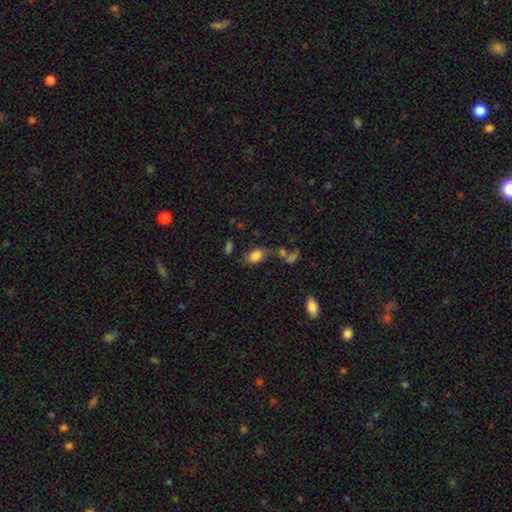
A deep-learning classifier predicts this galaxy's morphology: This is clearly a smooth galaxy (81%). How rounded: clearly in between (88%). Merging: possibly none (55%).